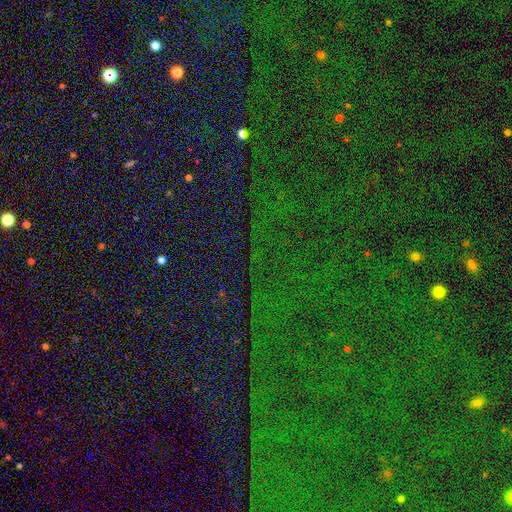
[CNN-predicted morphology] star or artifact 85%, smooth 8%, featured or disk 7%.